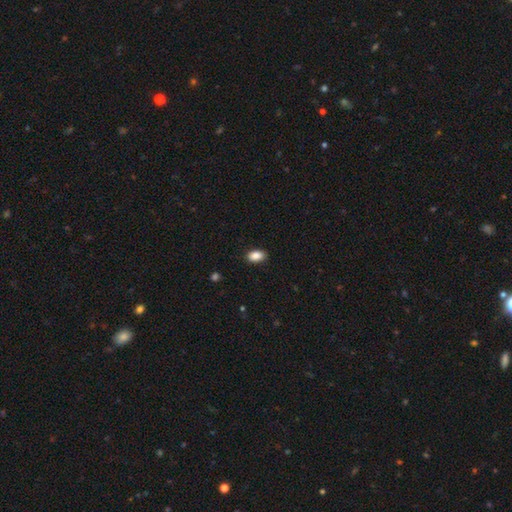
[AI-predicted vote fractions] smooth 89%, star or artifact 8%, featured or disk 3%. Down the decision tree: how rounded — in between (92%); merging — none (89%).